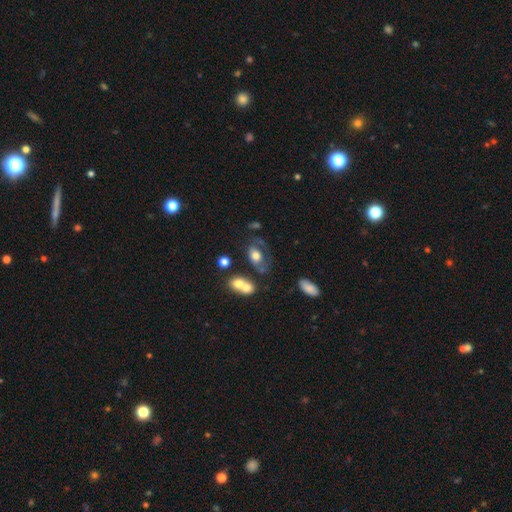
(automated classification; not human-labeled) Morphology: type=smooth (59%); roundness=in between (82%); merging=none (34%).